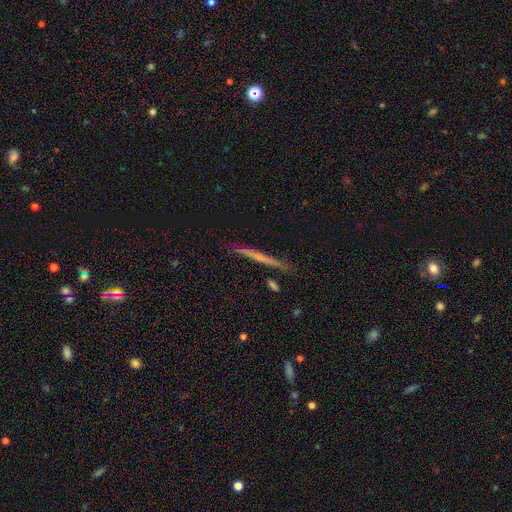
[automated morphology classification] A featured or disk galaxy (57%) viewed edge-on (97%) with no central bulge (74%).

Vote fractions:
- Smooth or featured? featured or disk: 57% / smooth: 35% / star or artifact: 8%
- Edge-on disk? yes: 97% / no: 3%
- Edge-on bulge? none: 74% / rounded: 20% / boxy: 6%
- Merging? none: 90% / minor disturbance: 7% / merger: 1% / major disturbance: 1%